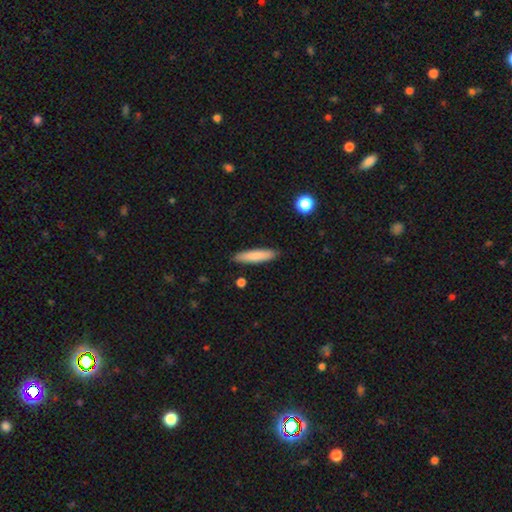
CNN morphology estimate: Overall: smooth (82%). How rounded: cigar-shaped (82%). Merging: none (89%).